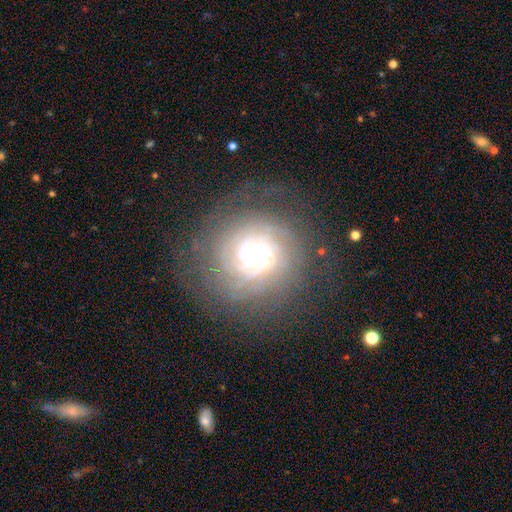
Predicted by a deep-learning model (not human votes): Smooth or featured? Predicted: featured or disk (p=0.81). Edge-on disk? Predicted: no (p=0.97). Bar? Predicted: no (p=0.69). Spiral arms? Predicted: yes (p=0.94). Spiral winding? Predicted: tight (p=0.76). Spiral arm count? Predicted: can't tell (p=0.38). Bulge size? Predicted: moderate (p=0.55). Merging? Predicted: none (p=0.74).